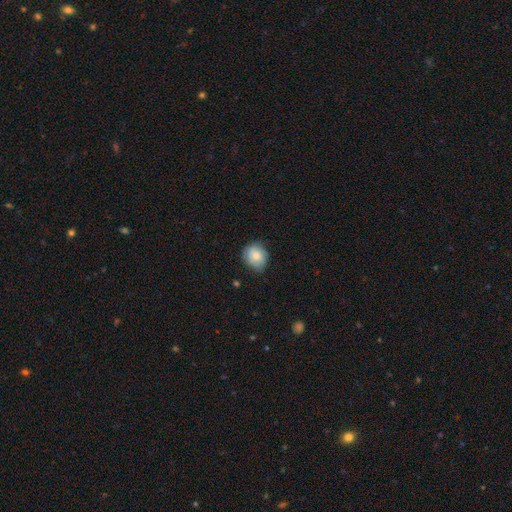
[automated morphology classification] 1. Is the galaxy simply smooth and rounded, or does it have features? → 78% smooth, 14% featured or disk, 8% star or artifact.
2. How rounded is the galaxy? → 76% round, 24% in between, 1% cigar-shaped.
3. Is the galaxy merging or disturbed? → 69% none, 25% minor disturbance, 4% major disturbance, 1% merger.